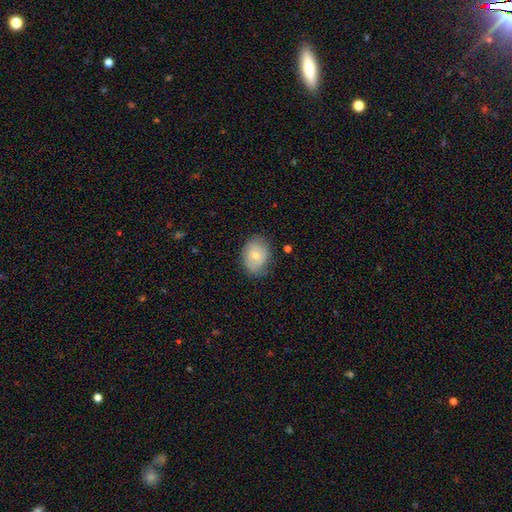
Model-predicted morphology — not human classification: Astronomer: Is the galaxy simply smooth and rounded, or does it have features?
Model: smooth — 67%.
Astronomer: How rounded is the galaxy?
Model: in between — 66%.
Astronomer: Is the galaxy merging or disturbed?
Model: none — 73%.